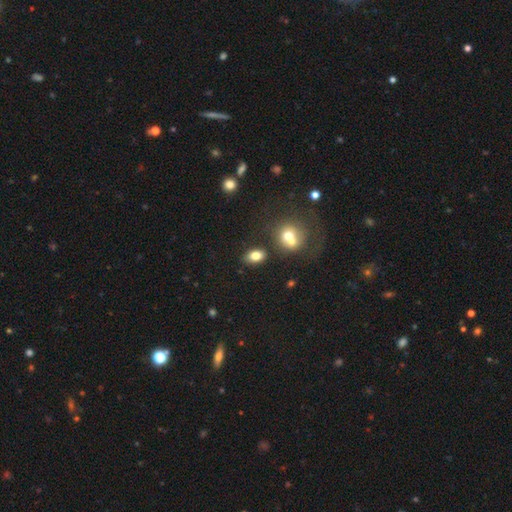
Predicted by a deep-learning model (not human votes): A smooth galaxy with no disk features (79%) that is in between round and cigar-shaped (82%). Merging: none (77%).